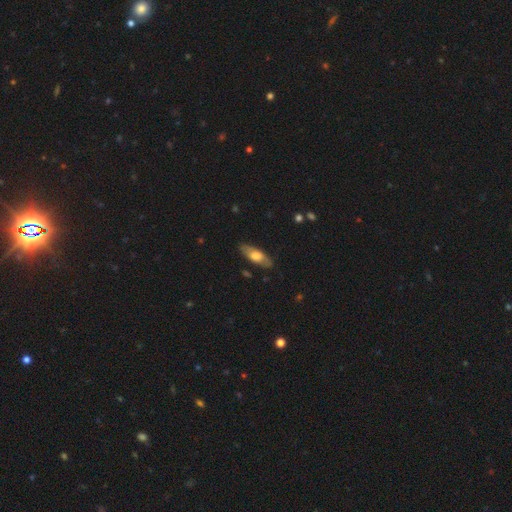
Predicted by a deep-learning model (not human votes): A smooth galaxy with no disk features (58%) that is in between round and cigar-shaped (66%).

Vote fractions:
- Smooth or featured? smooth: 58% / featured or disk: 36% / star or artifact: 6%
- How rounded? in between: 66% / cigar-shaped: 31% / round: 2%
- Merging? none: 82% / minor disturbance: 13% / major disturbance: 3% / merger: 1%